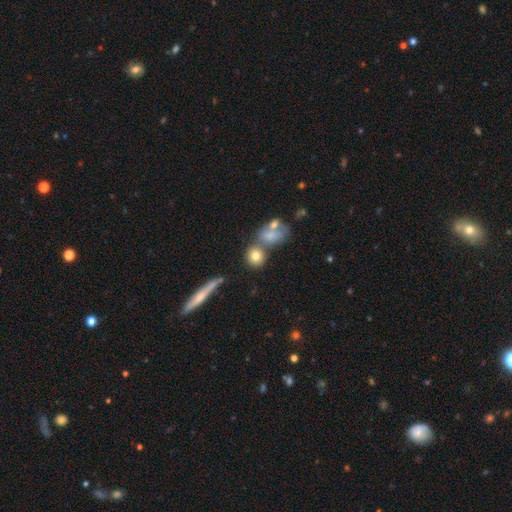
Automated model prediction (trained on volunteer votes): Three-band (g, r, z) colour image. It shows a smooth galaxy with no disk features (77%) that is round (75%). Merging: none (60%).